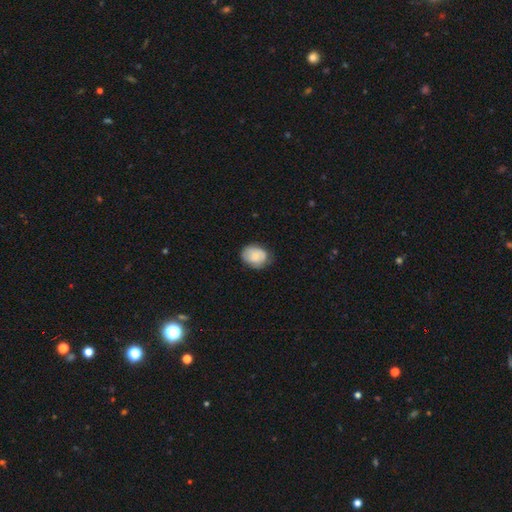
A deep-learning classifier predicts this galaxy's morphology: The model was most divided on "how rounded": in between: 60%, round: 39%, cigar-shaped: 1%. More confident: smooth or featured — smooth (76%); merging — none (67%).